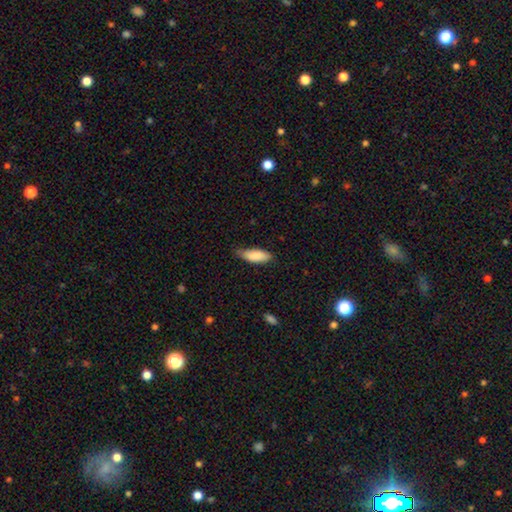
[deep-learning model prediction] Smooth or featured? Predicted: smooth (p=0.87). How rounded? Predicted: in between (p=0.70). Merging? Predicted: none (p=0.68).